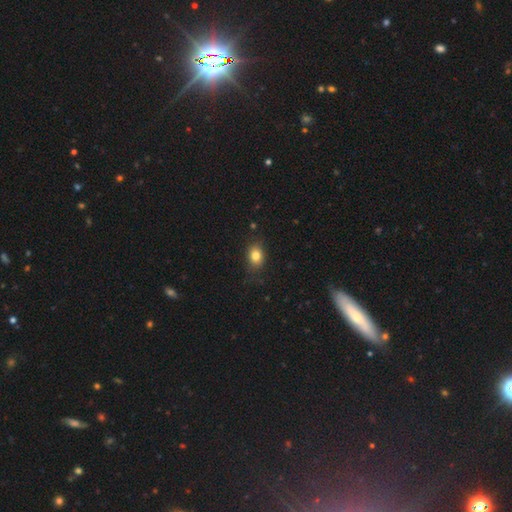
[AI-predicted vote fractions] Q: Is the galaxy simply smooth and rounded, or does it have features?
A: smooth — 81%.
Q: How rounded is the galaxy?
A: in between — 62%.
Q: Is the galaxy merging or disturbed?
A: none — 80%.